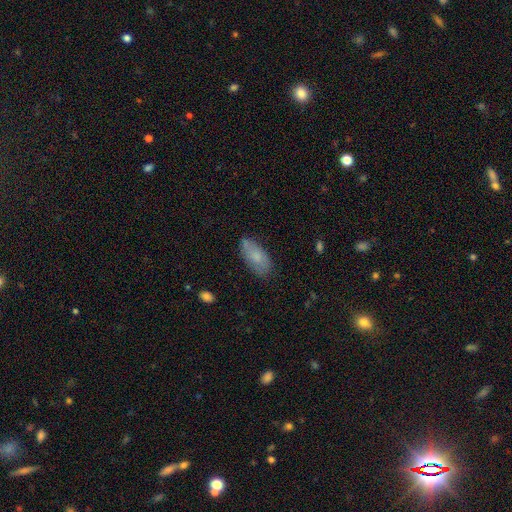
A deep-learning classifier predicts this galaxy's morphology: The model was most divided on "merging": none: 67%, minor disturbance: 25%, major disturbance: 6%, merger: 3%. More confident: how rounded — in between (89%); smooth or featured — smooth (72%).